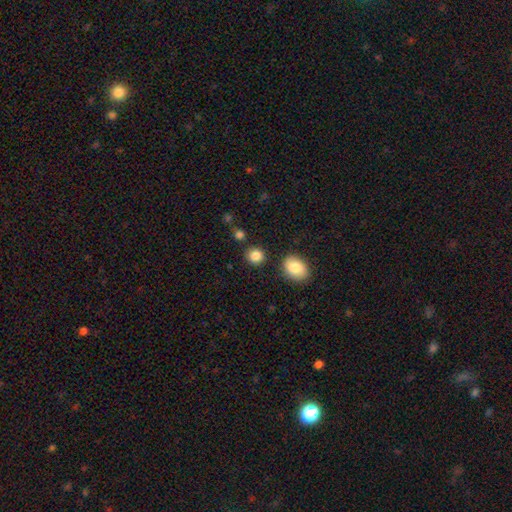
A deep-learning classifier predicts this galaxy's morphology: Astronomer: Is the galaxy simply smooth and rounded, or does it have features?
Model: smooth — 86%.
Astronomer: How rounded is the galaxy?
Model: round — 83%.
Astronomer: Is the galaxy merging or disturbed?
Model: none — 85%.